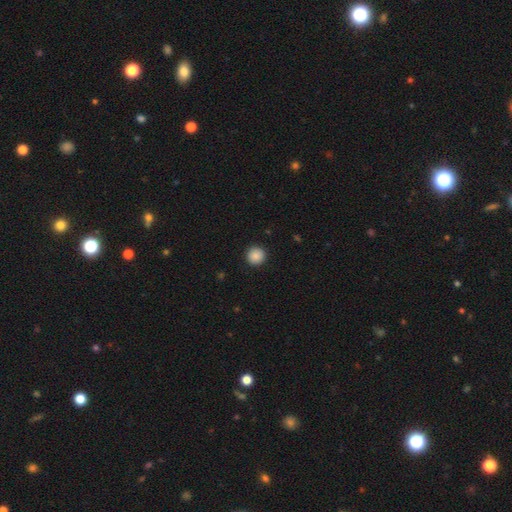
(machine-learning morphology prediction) Q: Smooth or featured?
A: smooth (88%); runner-up: star or artifact (9%)
Q: How rounded?
A: round (94%); runner-up: in between (5%)
Q: Merging?
A: none (92%); runner-up: minor disturbance (5%)